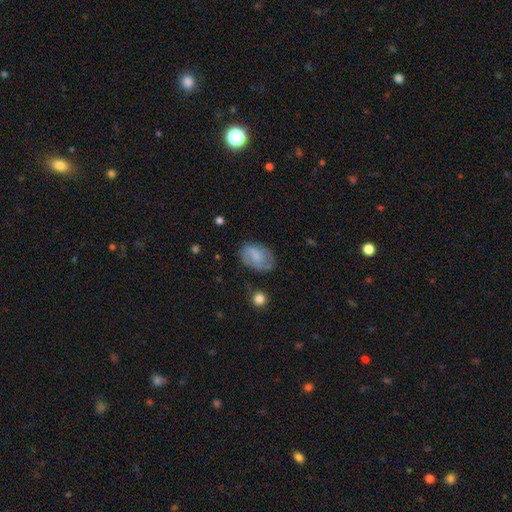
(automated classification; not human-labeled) A smooth galaxy with no disk features (66%) that is in between round and cigar-shaped (86%). Merging: none (64%).